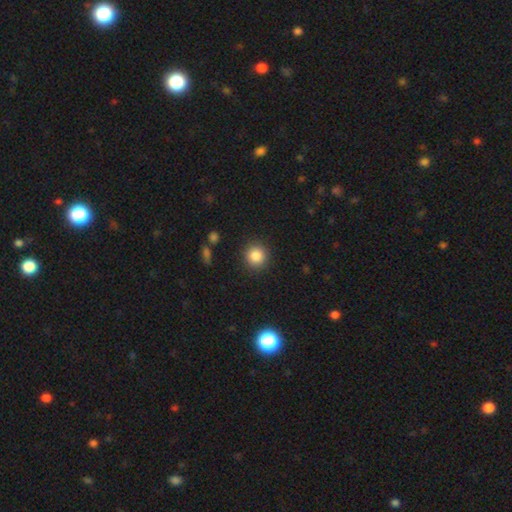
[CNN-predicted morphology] Q: Smooth or featured?
A: smooth (85%); runner-up: star or artifact (10%)
Q: How rounded?
A: round (92%); runner-up: in between (7%)
Q: Merging?
A: none (90%); runner-up: minor disturbance (6%)